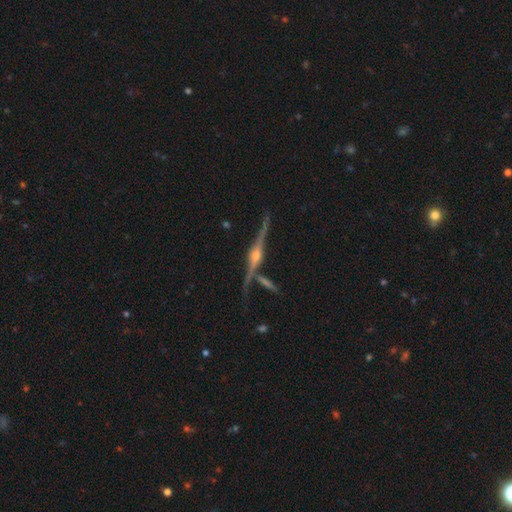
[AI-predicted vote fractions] This is clearly a featured or disk galaxy (90%). It is clearly viewed edge-on (98%). Edge-on bulge: clearly rounded (94%). Merging: likely none (77%).